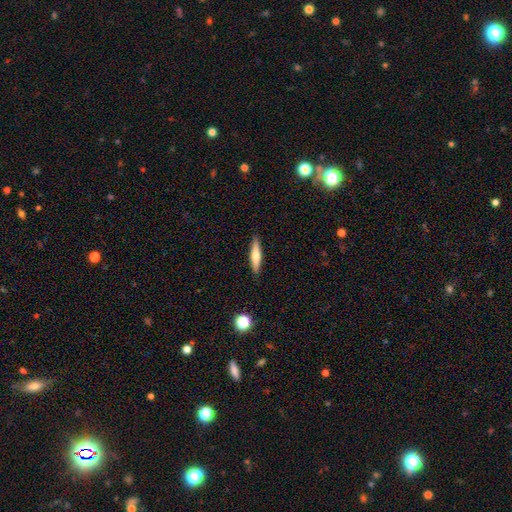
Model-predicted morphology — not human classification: smooth 53%, featured or disk 41%, star or artifact 6%. Down the decision tree: how rounded — cigar-shaped (85%); merging — none (90%).